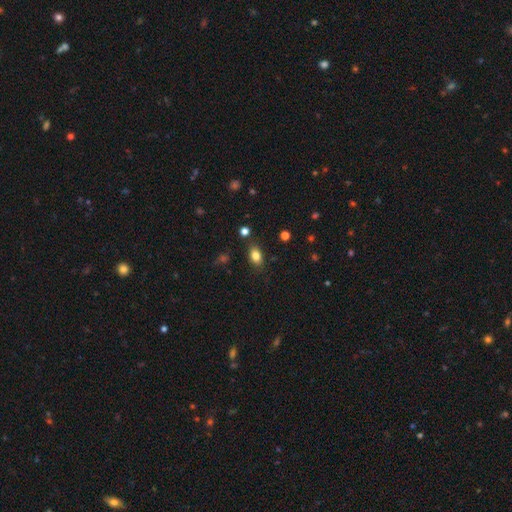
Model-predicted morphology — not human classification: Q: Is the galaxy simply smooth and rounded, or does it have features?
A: smooth — 82%.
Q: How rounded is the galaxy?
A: in between — 83%.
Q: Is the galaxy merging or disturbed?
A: none — 82%.